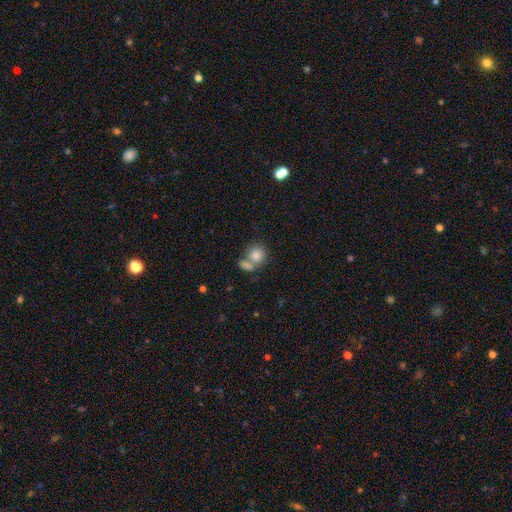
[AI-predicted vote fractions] Q: Smooth or featured?
A: smooth (81%); runner-up: star or artifact (10%)
Q: How rounded?
A: round (78%); runner-up: in between (21%)
Q: Merging?
A: merger (43%); runner-up: none (42%)